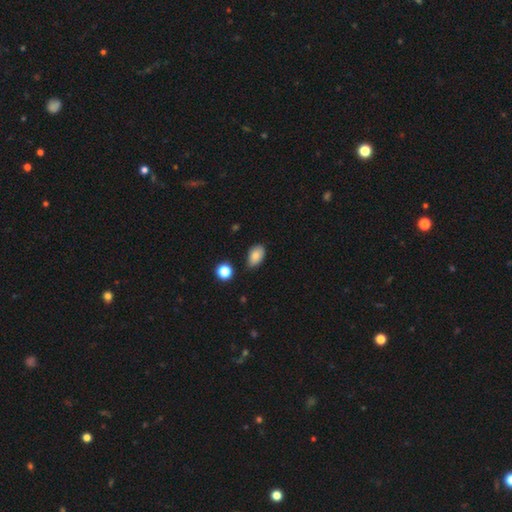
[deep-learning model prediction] Smooth or featured?
  - smooth: 83% *
  - star or artifact: 9%
  - featured or disk: 8%
How rounded?
  - in between: 90% *
  - round: 8%
  - cigar-shaped: 2%
Merging?
  - none: 77% *
  - minor disturbance: 18%
  - major disturbance: 3%
  - merger: 2%